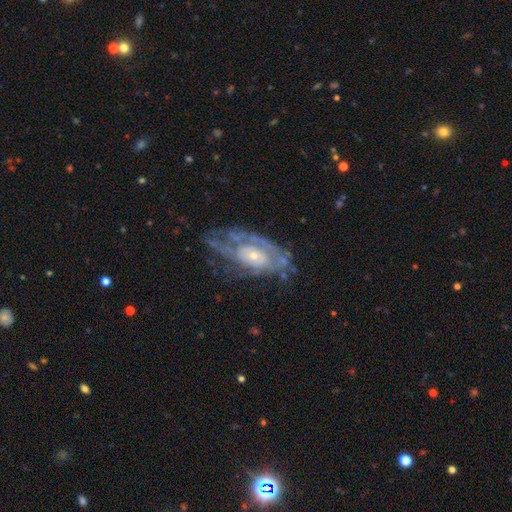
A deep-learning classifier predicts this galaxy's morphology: This is likely a featured or disk galaxy (78%). It is clearly not viewed edge-on (92%). Bar: likely no (72%). Spiral arm pattern: likely yes (77%). Spiral arm count: possibly can't tell (54%). Spiral winding: possibly tight (59%). Central bulge: likely small (62%). Merging: possibly none (58%).